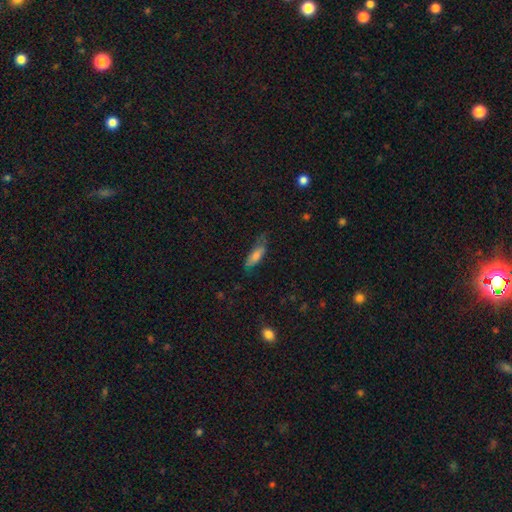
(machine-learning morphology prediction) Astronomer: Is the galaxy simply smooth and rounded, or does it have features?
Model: smooth — 65%.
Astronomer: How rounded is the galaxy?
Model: in between — 51% (runner-up: cigar-shaped, 47%).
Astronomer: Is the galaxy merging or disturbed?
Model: none — 61%.